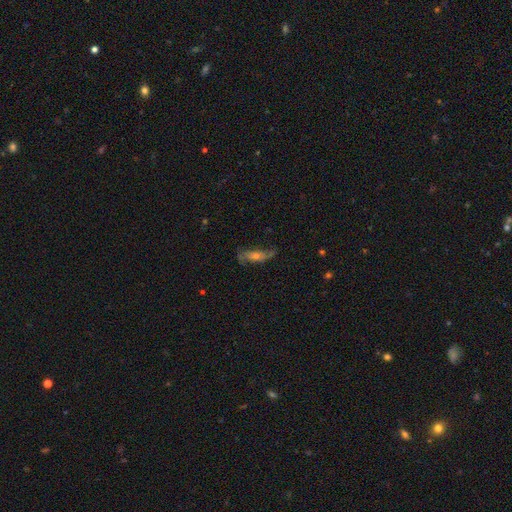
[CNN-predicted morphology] featured or disk 60%, smooth 28%, star or artifact 12%. Down the decision tree: edge-on disk — no (65%); merging — none (67%).